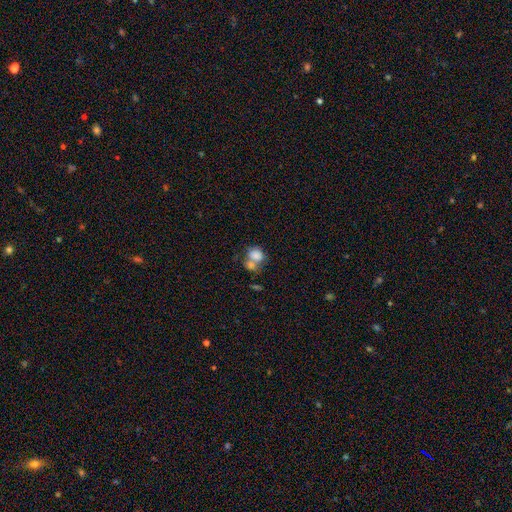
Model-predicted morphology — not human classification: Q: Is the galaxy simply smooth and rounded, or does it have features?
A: smooth — 77%.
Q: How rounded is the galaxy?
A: in between — 53%.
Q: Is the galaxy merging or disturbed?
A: merger — 56%.